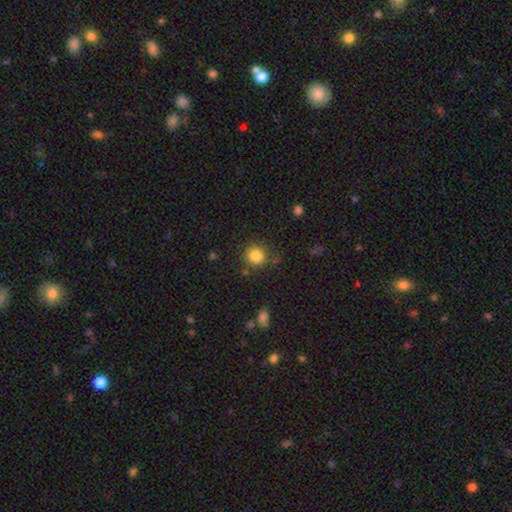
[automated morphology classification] Smooth or featured?
  - smooth: 84% *
  - star or artifact: 11%
  - featured or disk: 5%
How rounded?
  - round: 92% *
  - in between: 7%
  - cigar-shaped: 1%
Merging?
  - none: 82% *
  - minor disturbance: 10%
  - merger: 4%
  - major disturbance: 4%